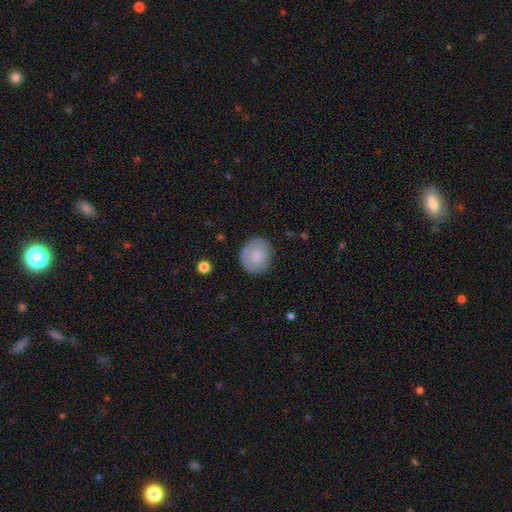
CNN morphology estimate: A smooth galaxy with no disk features (74%) that is round (77%).

Vote fractions:
- Smooth or featured? smooth: 74% / featured or disk: 19% / star or artifact: 7%
- How rounded? round: 77% / in between: 22% / cigar-shaped: 1%
- Merging? none: 81% / minor disturbance: 14% / major disturbance: 4% / merger: 1%